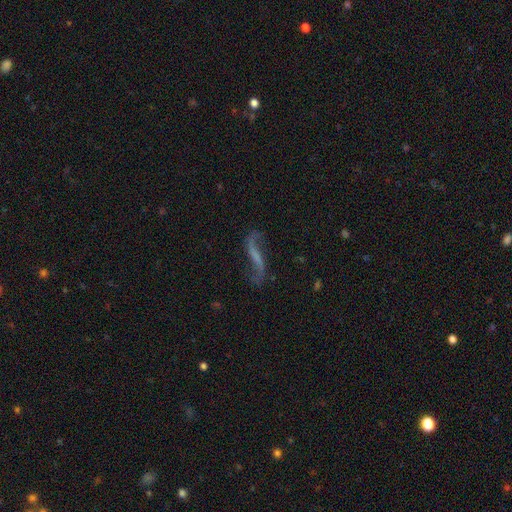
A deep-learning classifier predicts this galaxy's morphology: A featured or disk galaxy (79%) with a strong bar (39%), 2 (91%) loose (91%) spiral arms (93%) and no central bulge (60%). Merging: none (71%).